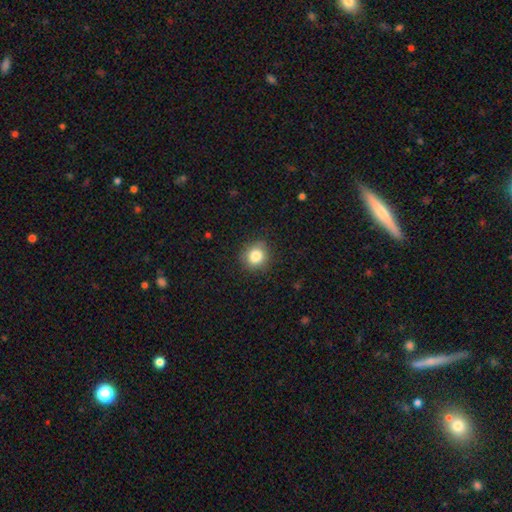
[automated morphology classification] smooth 83%, star or artifact 10%, featured or disk 6%. Down the decision tree: how rounded — round (84%); merging — none (85%).